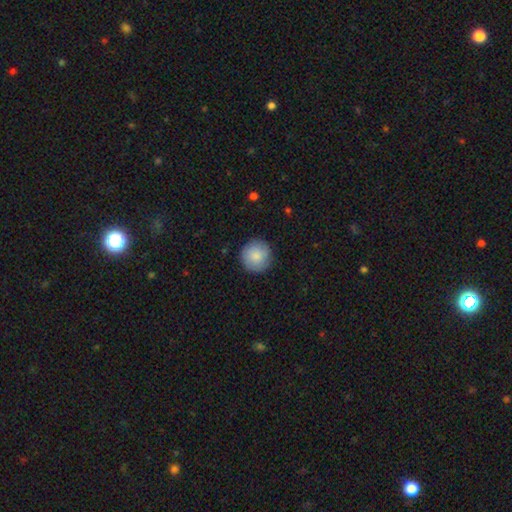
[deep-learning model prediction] The model was most divided on "smooth or featured": smooth: 85%, featured or disk: 9%, star or artifact: 6%. More confident: how rounded — round (96%); merging — none (88%).